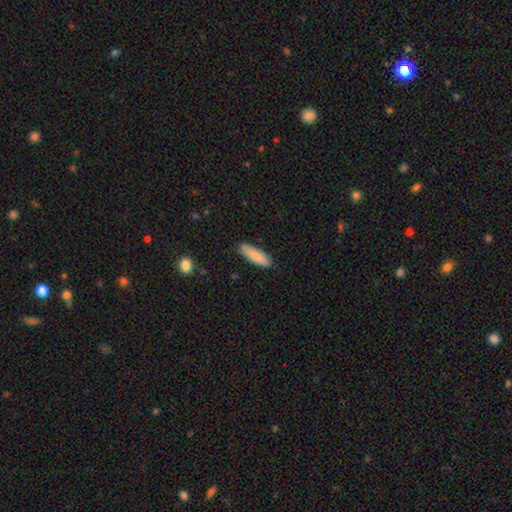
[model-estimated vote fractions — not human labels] The model was most divided on "how rounded": cigar-shaped: 51%, in between: 47%, round: 2%. More confident: merging — none (86%); smooth or featured — smooth (82%).